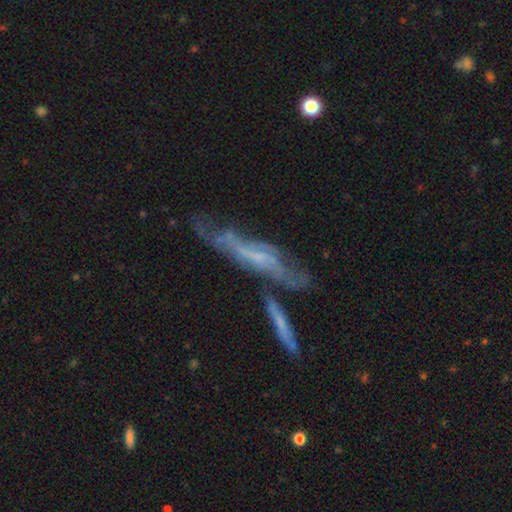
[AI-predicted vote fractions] featured or disk 70%, smooth 22%, star or artifact 9%. Down the decision tree: edge-on disk — no (52%); merging — none (46%).